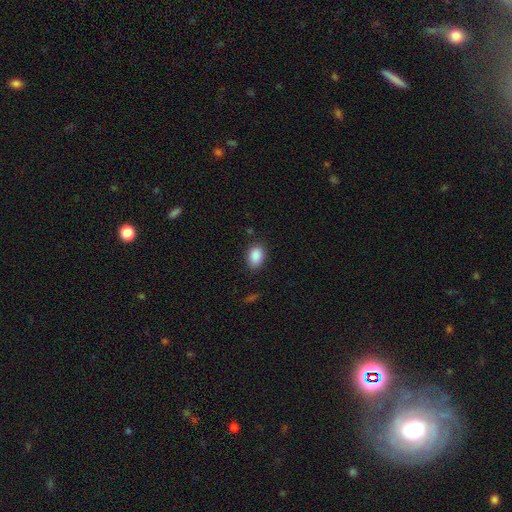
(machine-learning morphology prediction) A smooth galaxy with no disk features (88%) that is in between round and cigar-shaped (78%).

Vote fractions:
- Smooth or featured? smooth: 88% / star or artifact: 8% / featured or disk: 4%
- How rounded? in between: 78% / round: 21% / cigar-shaped: 1%
- Merging? none: 82% / minor disturbance: 13% / major disturbance: 3% / merger: 1%